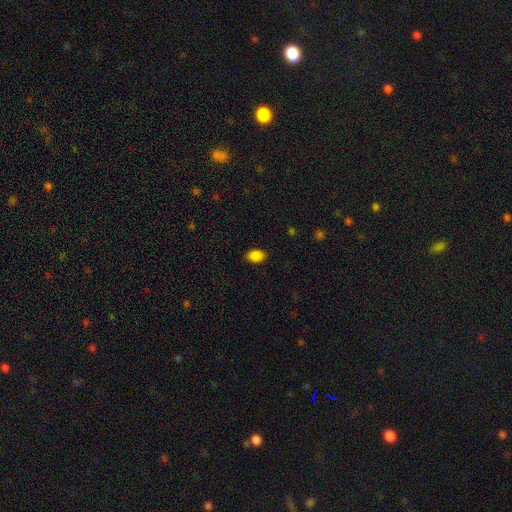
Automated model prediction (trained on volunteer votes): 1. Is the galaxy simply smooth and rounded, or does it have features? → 88% smooth, 9% star or artifact, 3% featured or disk.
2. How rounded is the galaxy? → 87% in between, 12% round, 1% cigar-shaped.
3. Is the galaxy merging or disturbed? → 87% none, 10% minor disturbance, 2% major disturbance, 1% merger.